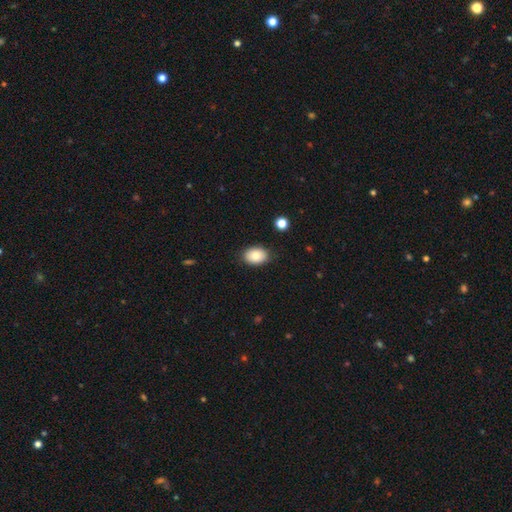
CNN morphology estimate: A smooth galaxy with no disk features (84%) that is in between round and cigar-shaped (83%). Merging: none (86%).